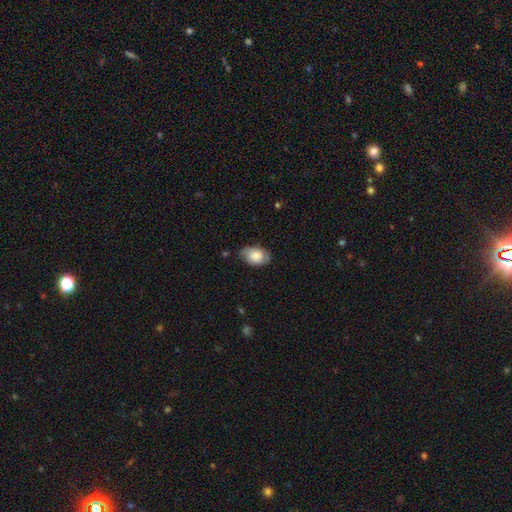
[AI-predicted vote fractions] A smooth galaxy with no disk features (71%) that is in between round and cigar-shaped (88%). Merging: none (66%).